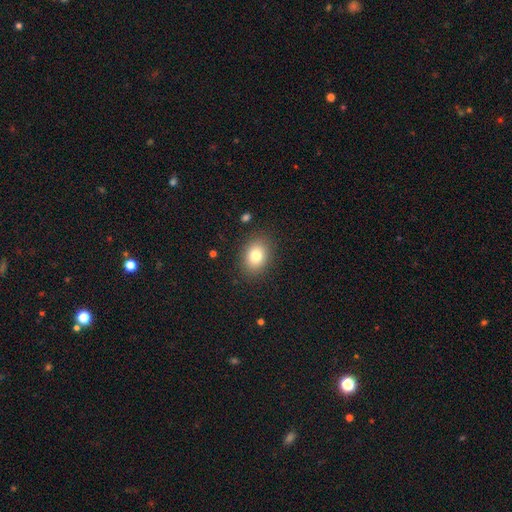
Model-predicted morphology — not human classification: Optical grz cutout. It shows a smooth galaxy with no disk features (80%) that is in between round and cigar-shaped (64%). Merging: none (87%).